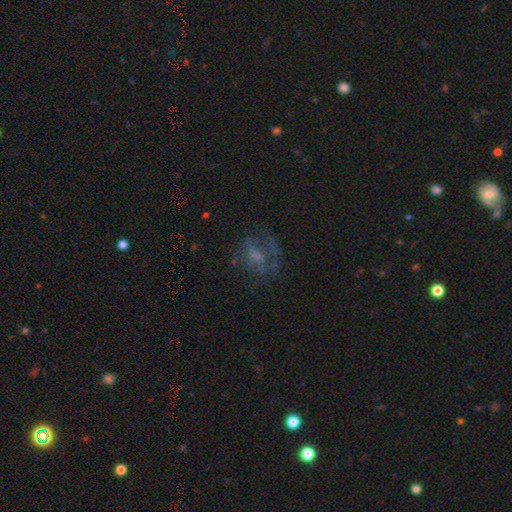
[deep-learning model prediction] featured or disk 46%, smooth 34%, star or artifact 20%. Down the decision tree: merging — none (48%).